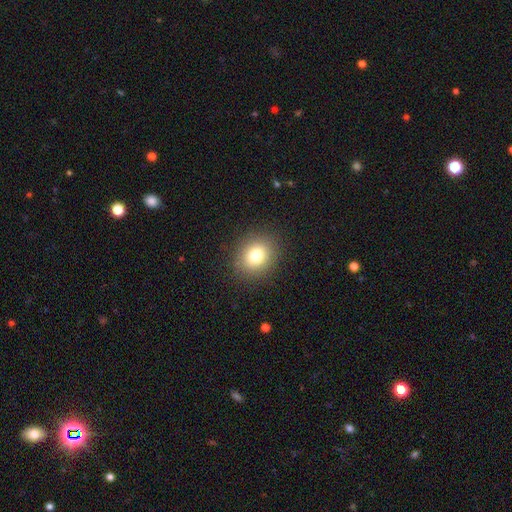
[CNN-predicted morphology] Smooth or featured?
  - smooth: 79% *
  - star or artifact: 12%
  - featured or disk: 9%
How rounded?
  - round: 64% *
  - in between: 35%
  - cigar-shaped: 1%
Merging?
  - none: 88% *
  - minor disturbance: 8%
  - major disturbance: 3%
  - merger: 1%